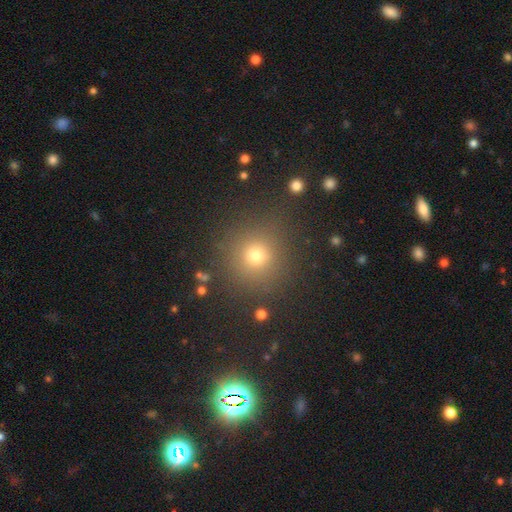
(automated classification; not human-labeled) Overall: smooth (62%; star or artifact 31%). How rounded: round (94%). Merging: none (88%).